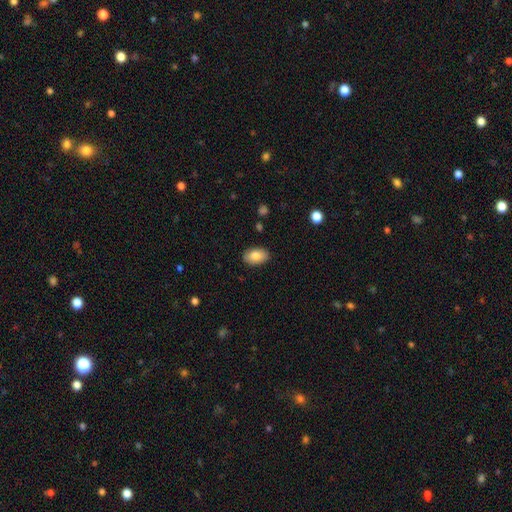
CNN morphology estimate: smooth-or-featured: smooth: 84% | featured or disk: 9% | star or artifact: 7%
  how-rounded: in between: 91% | round: 8% | cigar-shaped: 1%
  merging: none: 87% | minor disturbance: 10% | major disturbance: 2% | merger: 1%